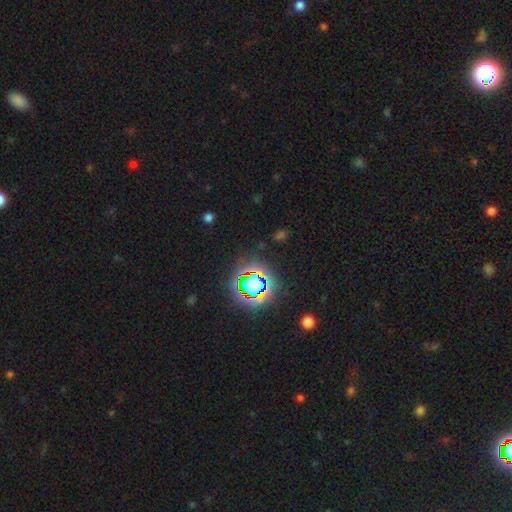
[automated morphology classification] A star or artifact, not a galaxy (78%).

Vote fractions:
- Smooth or featured? star or artifact: 78% / smooth: 14% / featured or disk: 8%